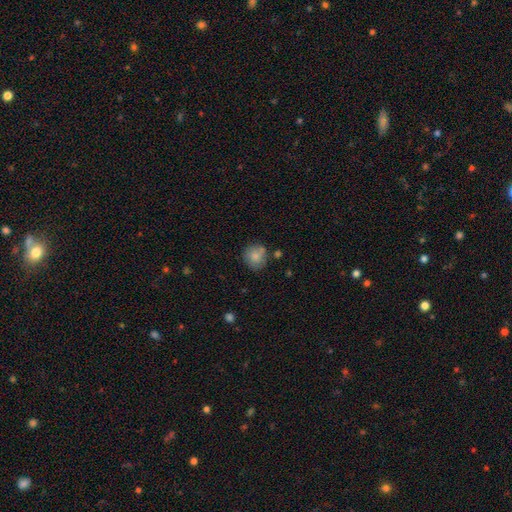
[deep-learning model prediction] Smooth or featured? Predicted: smooth (p=0.81). How rounded? Predicted: round (p=0.84). Merging? Predicted: none (p=0.68).